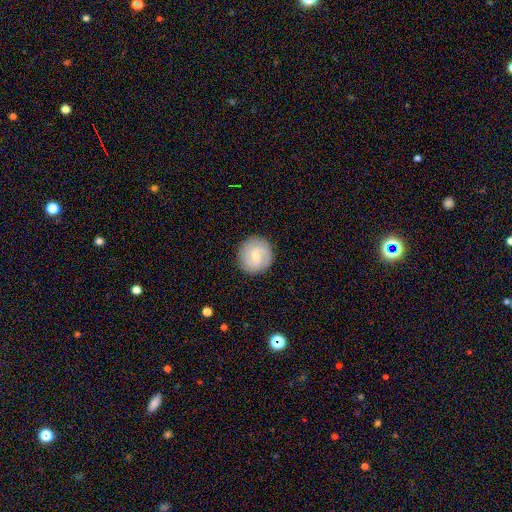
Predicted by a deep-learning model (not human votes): A featured or disk galaxy (50%).

Vote fractions:
- Smooth or featured? featured or disk: 50% / smooth: 44% / star or artifact: 6%
- Edge-on disk? no: 97% / yes: 3%
- Merging? none: 88% / minor disturbance: 8% / major disturbance: 3% / merger: 1%